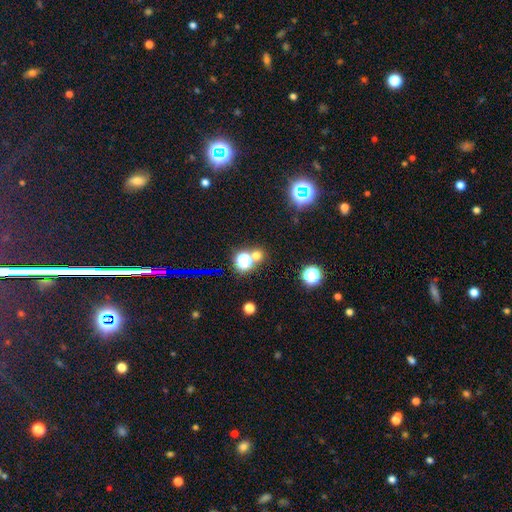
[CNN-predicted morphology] This appears to be a smooth galaxy with no disk features (54%) that is round (87%). Merging: none (66%).